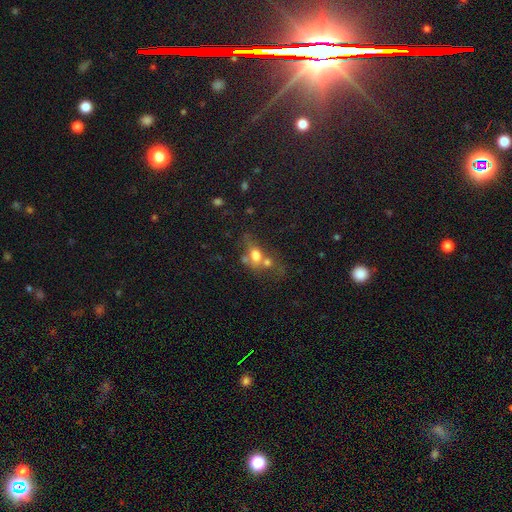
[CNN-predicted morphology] Smooth or featured: smooth — 62% (featured or disk — 24%)
How rounded: in between — 62% (round — 33%)
Merging: merger — 54% (none — 23%)